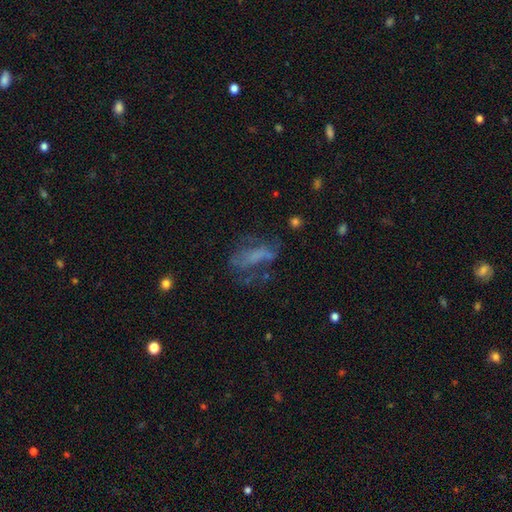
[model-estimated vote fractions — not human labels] featured or disk 47%, smooth 35%, star or artifact 19%. Down the decision tree: merging — none (41%).